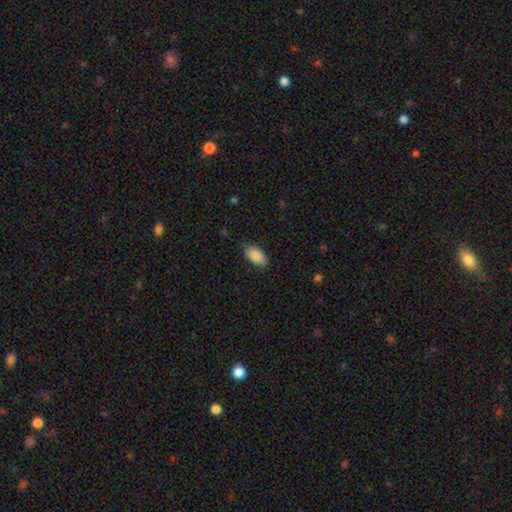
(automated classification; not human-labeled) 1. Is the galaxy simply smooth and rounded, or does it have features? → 88% smooth, 6% star or artifact, 6% featured or disk.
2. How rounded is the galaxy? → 94% in between, 3% round, 3% cigar-shaped.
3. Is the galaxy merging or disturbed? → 77% none, 19% minor disturbance, 3% major disturbance, 1% merger.